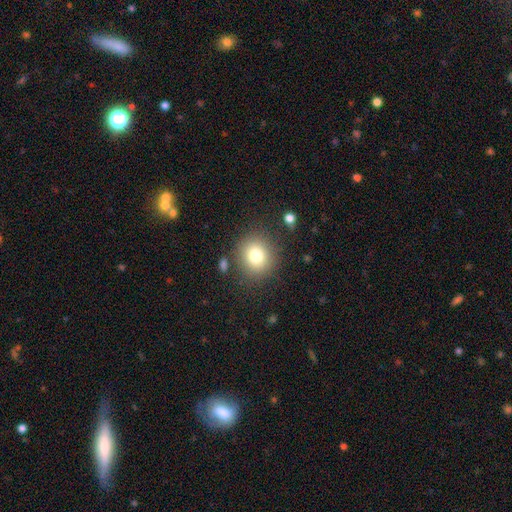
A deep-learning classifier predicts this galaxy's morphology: smooth_or_featured: smooth (p=0.79) [alt: star or artifact p=0.11]
how_rounded: round (p=0.85) [alt: in between p=0.14]
merging: none (p=0.82) [alt: minor disturbance p=0.10]